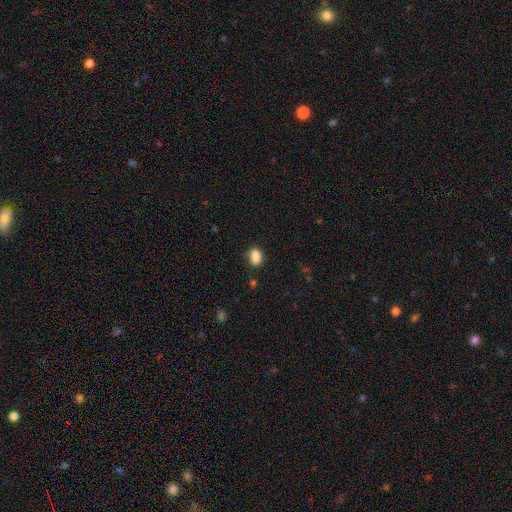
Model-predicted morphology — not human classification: Q: Smooth or featured?
A: smooth (85%); runner-up: star or artifact (9%)
Q: How rounded?
A: in between (72%); runner-up: round (27%)
Q: Merging?
A: none (67%); runner-up: minor disturbance (22%)